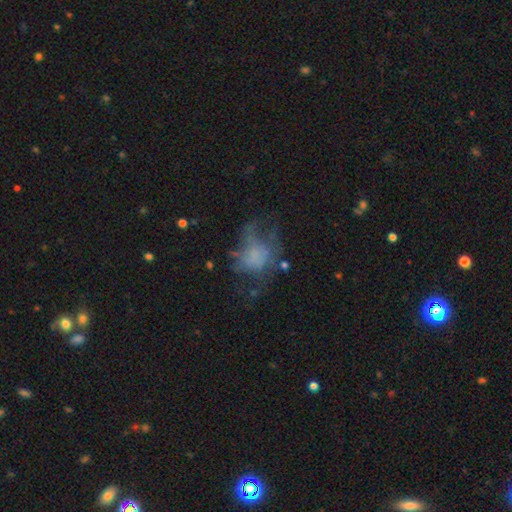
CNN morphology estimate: Smooth or featured? Predicted: featured or disk (p=0.44). Merging? Predicted: major disturbance (p=0.41).